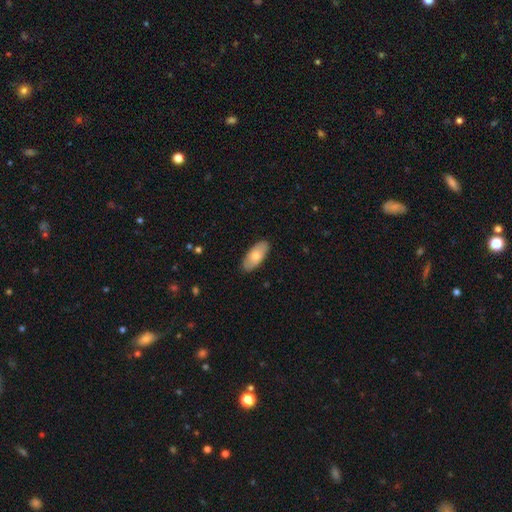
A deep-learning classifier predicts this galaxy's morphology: Overall: smooth (74%). How rounded: in between (89%). Merging: none (86%).